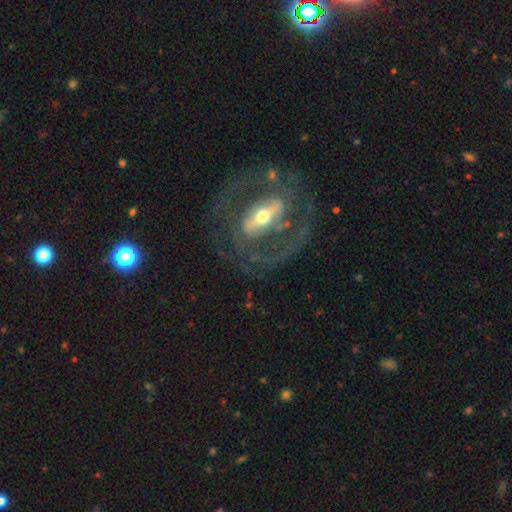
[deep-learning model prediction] Smooth or featured?
  - featured or disk: 82% *
  - smooth: 11%
  - star or artifact: 6%
Edge-on disk?
  - no: 91% *
  - yes: 9%
Bar?
  - strong: 52% *
  - weak: 27%
  - no: 21%
Spiral arms?
  - yes: 67% *
  - no: 33%
Spiral winding?
  - medium: 43% *
  - tight: 41%
  - loose: 16%
Spiral arm count?
  - 2: 75% *
  - can't tell: 14%
  - 1: 4%
  - 3: 3%
  - 4: 2%
  - more than 4: 2%
Bulge size?
  - moderate: 54% *
  - small: 35%
  - large: 7%
  - dominant: 1%
  - none: 1%
Merging?
  - none: 70% *
  - major disturbance: 15%
  - minor disturbance: 13%
  - merger: 2%